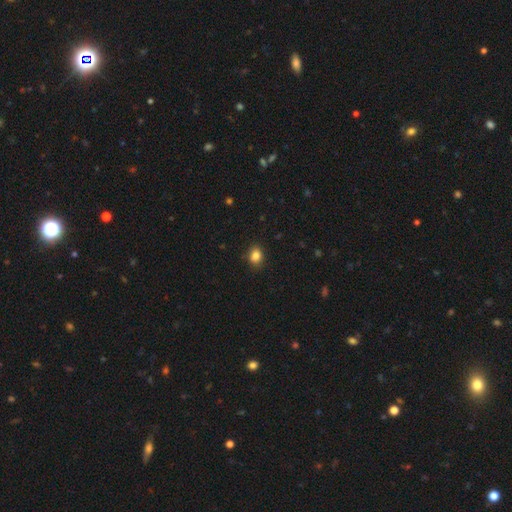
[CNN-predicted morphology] Smooth or featured?
  - smooth: 85% *
  - star or artifact: 10%
  - featured or disk: 5%
How rounded?
  - in between: 57% *
  - round: 42%
  - cigar-shaped: 1%
Merging?
  - none: 86% *
  - minor disturbance: 11%
  - major disturbance: 2%
  - merger: 1%